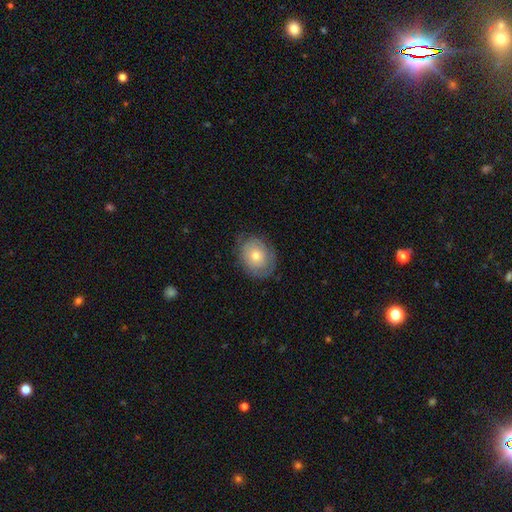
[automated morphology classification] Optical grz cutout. It shows a smooth galaxy with no disk features (53%) that is round (53%). Merging: none (75%).